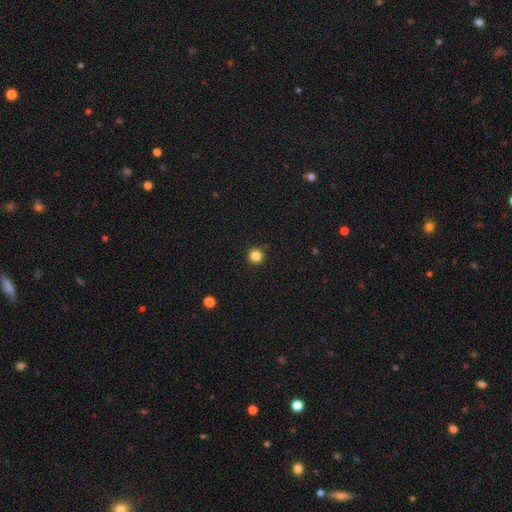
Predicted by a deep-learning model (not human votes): Overall: smooth (85%). How rounded: round (96%). Merging: none (93%).